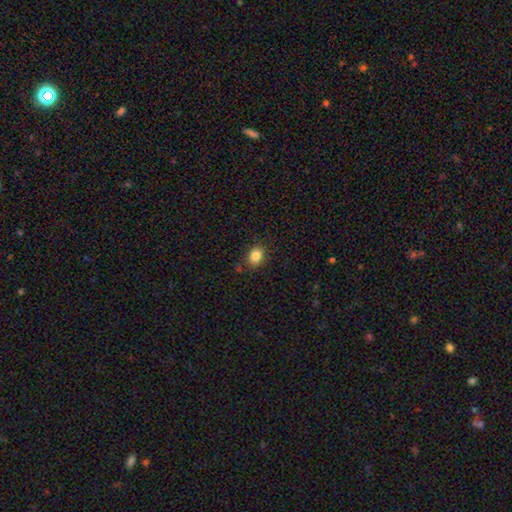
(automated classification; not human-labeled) The model was most divided on "how rounded": in between: 54%, round: 45%, cigar-shaped: 1%. More confident: smooth or featured — smooth (85%); merging — none (84%).